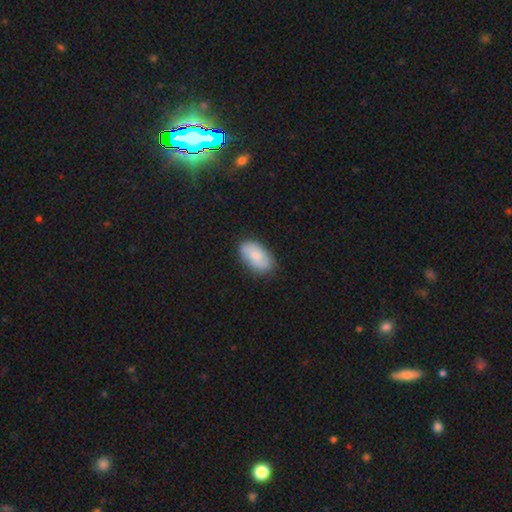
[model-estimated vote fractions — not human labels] This appears to be a smooth galaxy with no disk features (74%) that is in between round and cigar-shaped (93%). Merging: none (80%).